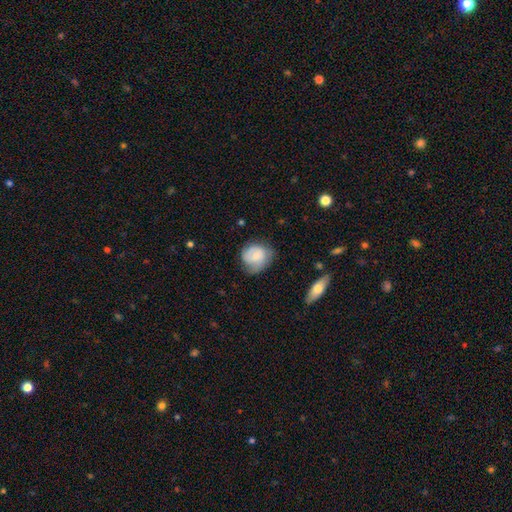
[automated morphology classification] smooth-or-featured: smooth: 64% | featured or disk: 29% | star or artifact: 7%
  how-rounded: round: 72% | in between: 27% | cigar-shaped: 1%
  merging: none: 54% | minor disturbance: 32% | major disturbance: 12% | merger: 2%